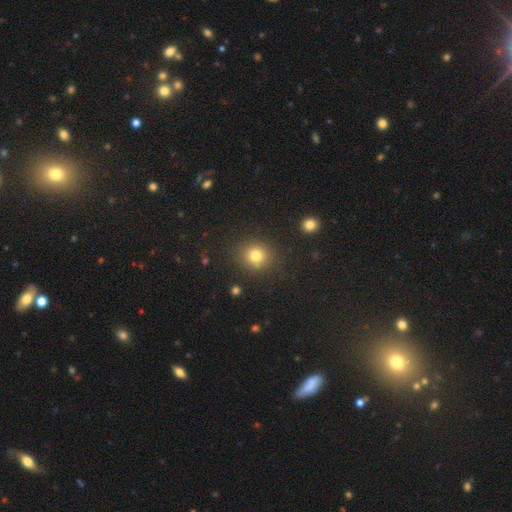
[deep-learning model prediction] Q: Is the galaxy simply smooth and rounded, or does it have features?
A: smooth — 81%.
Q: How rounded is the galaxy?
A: round — 85%.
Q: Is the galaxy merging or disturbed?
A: none — 88%.